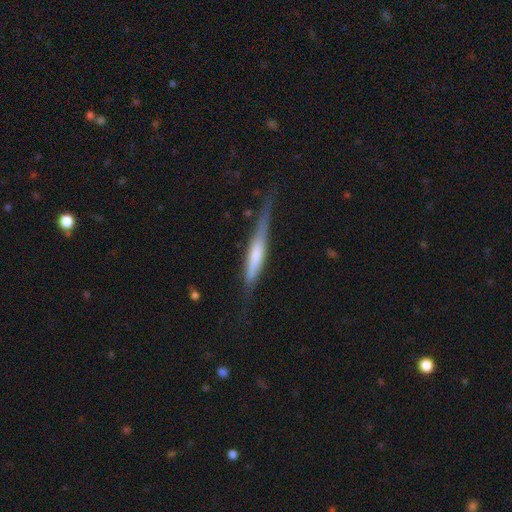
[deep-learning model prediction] A featured or disk galaxy (49%). Merging: none (62%).